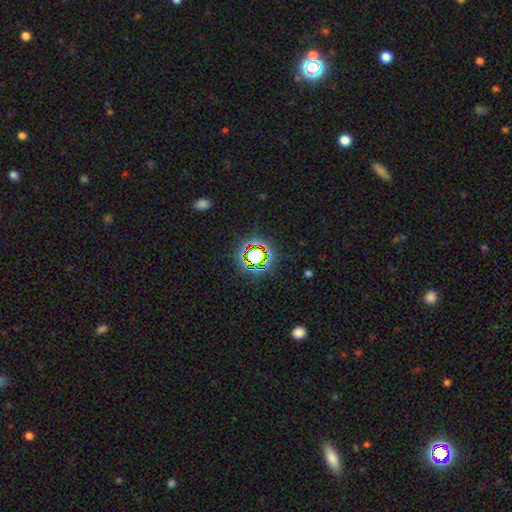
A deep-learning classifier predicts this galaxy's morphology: smooth_or_featured: star or artifact (p=0.70) [alt: smooth p=0.19]